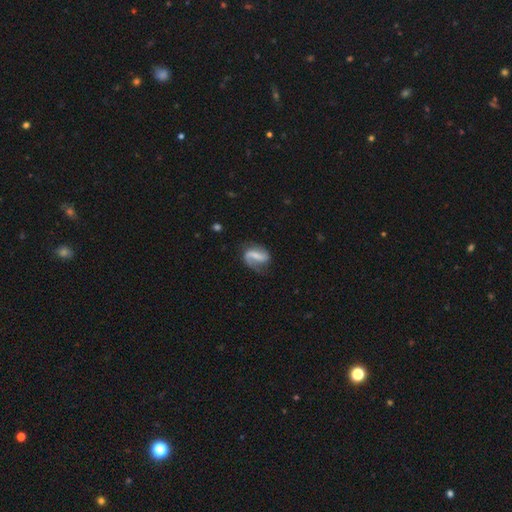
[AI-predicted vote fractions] Smooth or featured?
  - featured or disk: 76% *
  - smooth: 18%
  - star or artifact: 6%
Edge-on disk?
  - no: 97% *
  - yes: 3%
Bar?
  - strong: 46% *
  - weak: 35%
  - no: 19%
Spiral arms?
  - yes: 93% *
  - no: 7%
Spiral winding?
  - loose: 49% *
  - medium: 37%
  - tight: 14%
Spiral arm count?
  - 2: 75% *
  - 1: 19%
  - can't tell: 4%
  - 3: 1%
  - 4: 1%
  - more than 4: 1%
Bulge size?
  - none: 38% *
  - small: 34%
  - moderate: 20%
  - large: 6%
  - dominant: 2%
Merging?
  - none: 64% *
  - minor disturbance: 21%
  - major disturbance: 13%
  - merger: 2%